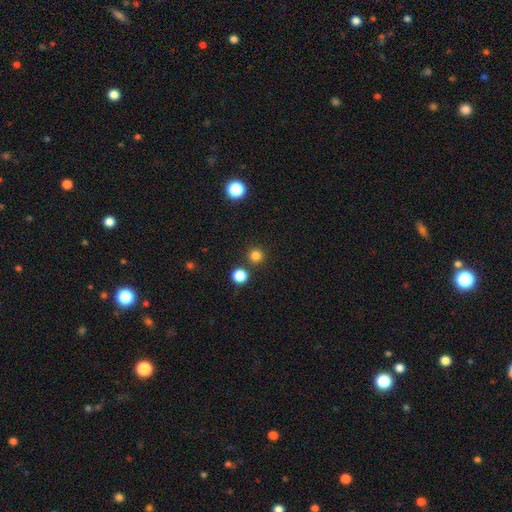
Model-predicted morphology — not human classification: Smooth or featured? Predicted: smooth (p=0.81). How rounded? Predicted: round (p=0.95). Merging? Predicted: none (p=0.86).